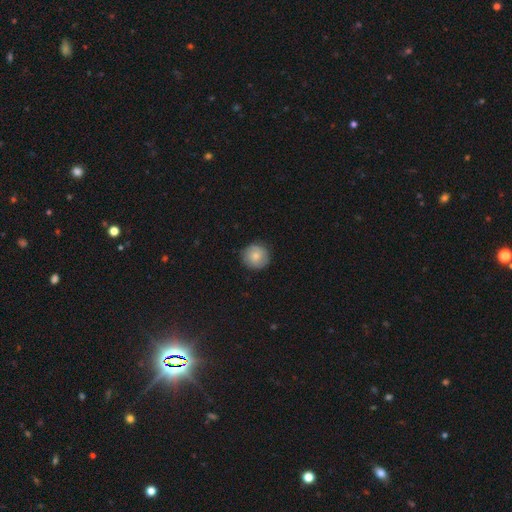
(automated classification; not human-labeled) This appears to be a smooth galaxy with no disk features (76%) that is round (93%). Merging: none (86%).